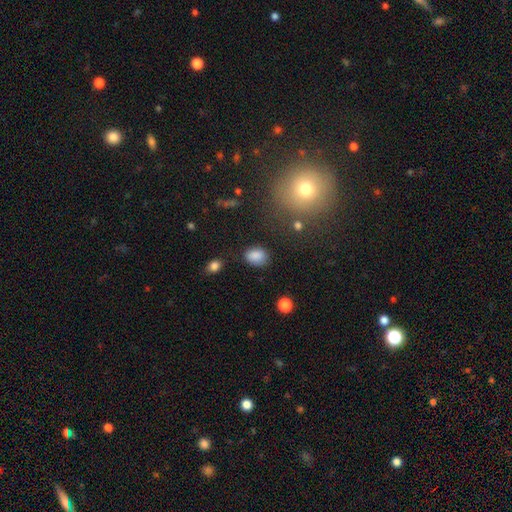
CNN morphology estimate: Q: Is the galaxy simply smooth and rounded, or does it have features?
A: smooth — 85%.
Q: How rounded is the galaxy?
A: in between — 74%.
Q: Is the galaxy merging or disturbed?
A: none — 77%.